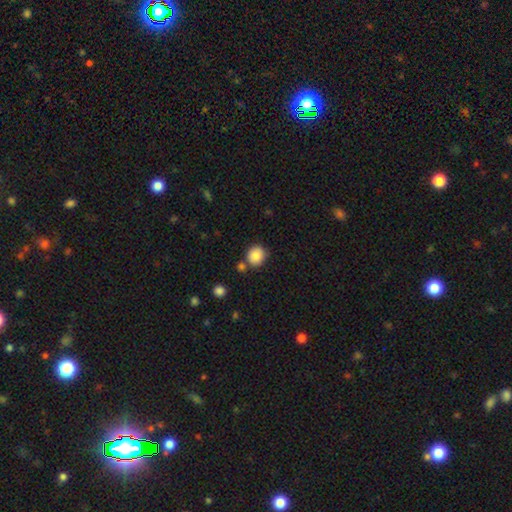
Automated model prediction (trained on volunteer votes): This appears to be a smooth galaxy with no disk features (85%) that is round (84%). Merging: none (74%).